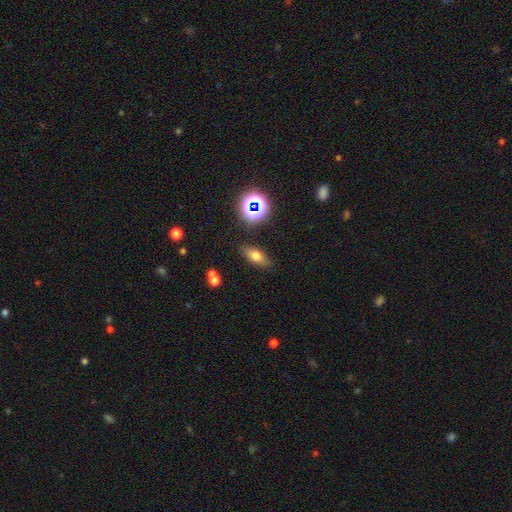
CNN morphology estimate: Overall: smooth (65%). How rounded: in between (71%). Merging: none (80%).